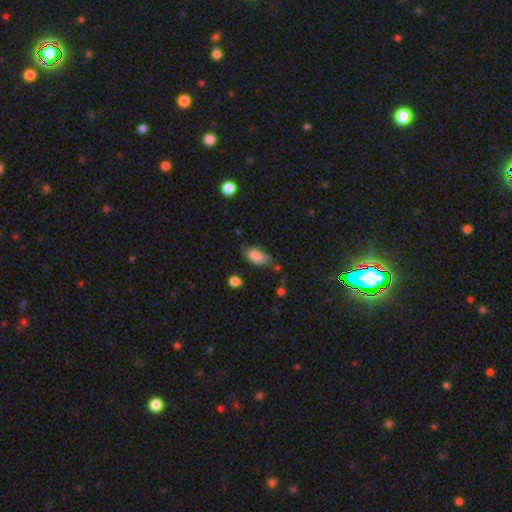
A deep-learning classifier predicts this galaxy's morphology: This is clearly a smooth galaxy (81%). How rounded: clearly in between (89%). Merging: likely none (61%).